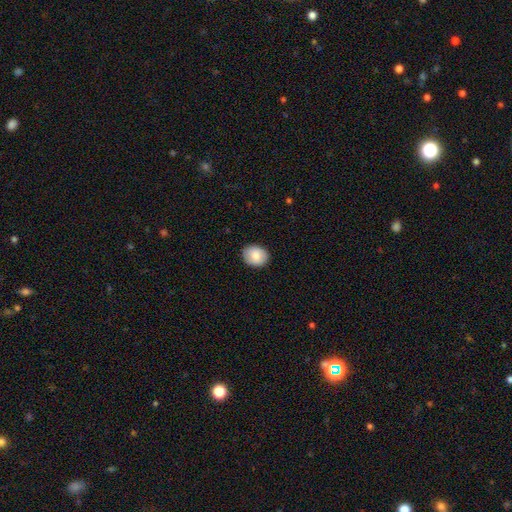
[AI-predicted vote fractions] The model was most divided on "how rounded": in between: 51%, round: 48%, cigar-shaped: 1%. More confident: merging — none (88%); smooth or featured — smooth (83%).